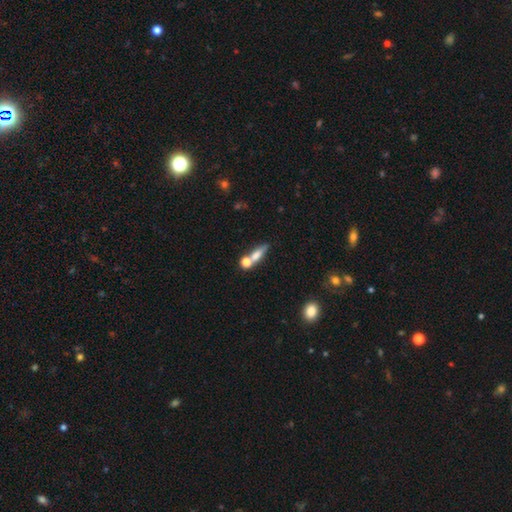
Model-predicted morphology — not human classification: smooth_or_featured: smooth (p=0.61) [alt: featured or disk p=0.29]
how_rounded: cigar-shaped (p=0.54) [alt: in between p=0.34]
merging: none (p=0.48) [alt: merger p=0.34]